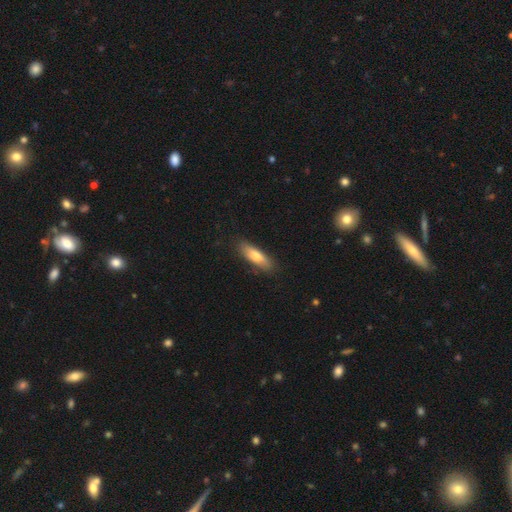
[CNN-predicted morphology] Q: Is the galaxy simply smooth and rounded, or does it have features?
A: smooth — 73%.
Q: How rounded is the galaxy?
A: cigar-shaped — 51%.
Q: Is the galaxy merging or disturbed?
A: none — 82%.